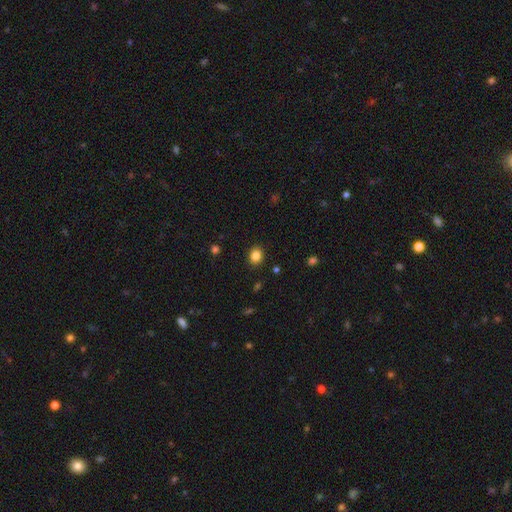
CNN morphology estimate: Overall: smooth (84%). How rounded: round (63%; in between 36%). Merging: none (90%).